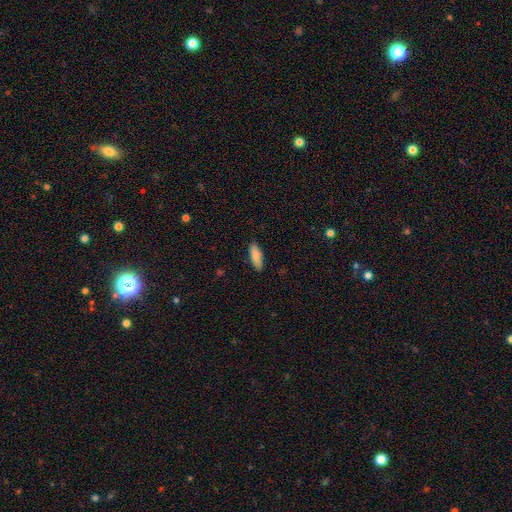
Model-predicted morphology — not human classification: smooth 88%, featured or disk 6%, star or artifact 6%. Down the decision tree: how rounded — in between (65%); merging — none (87%).